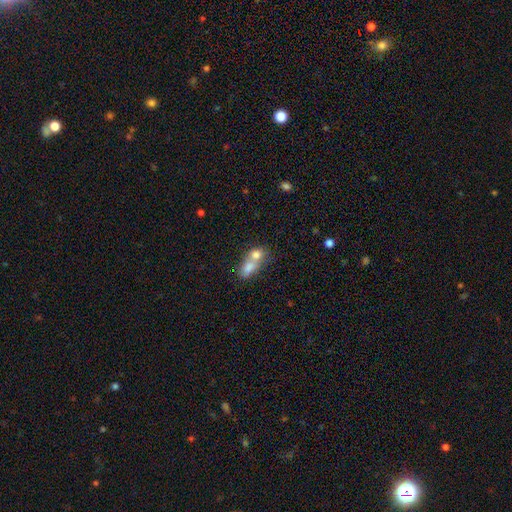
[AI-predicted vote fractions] smooth 74%, featured or disk 17%, star or artifact 9%. Down the decision tree: how rounded — in between (64%); merging — merger (74%).